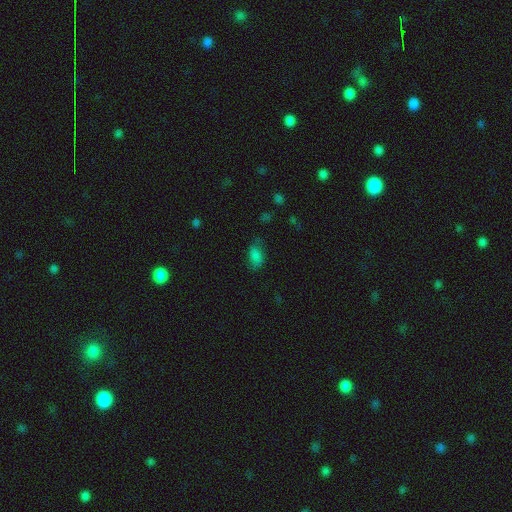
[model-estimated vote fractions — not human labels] A smooth galaxy with no disk features (77%) that is in between round and cigar-shaped (90%). Merging: none (58%).